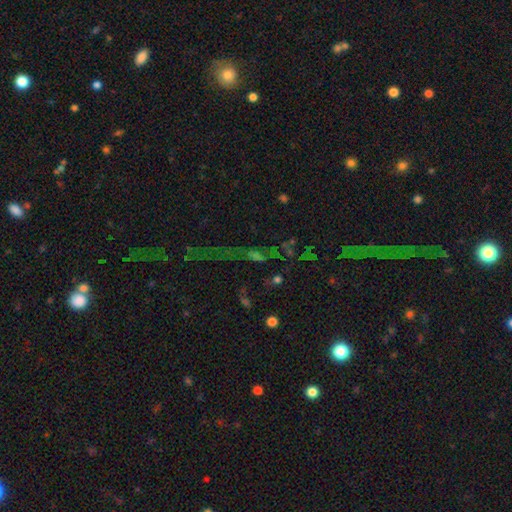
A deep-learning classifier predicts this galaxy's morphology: smooth_or_featured: star or artifact (p=0.67) [alt: smooth p=0.17]